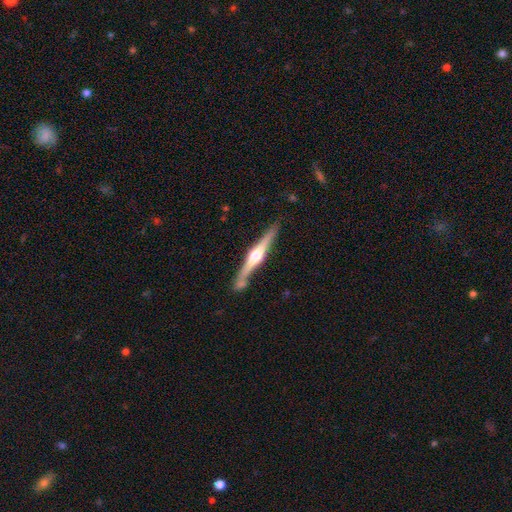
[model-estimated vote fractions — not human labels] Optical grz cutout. It shows a featured or disk galaxy (77%) viewed edge-on (98%) with a rounded central bulge (92%). Merging: none (79%).